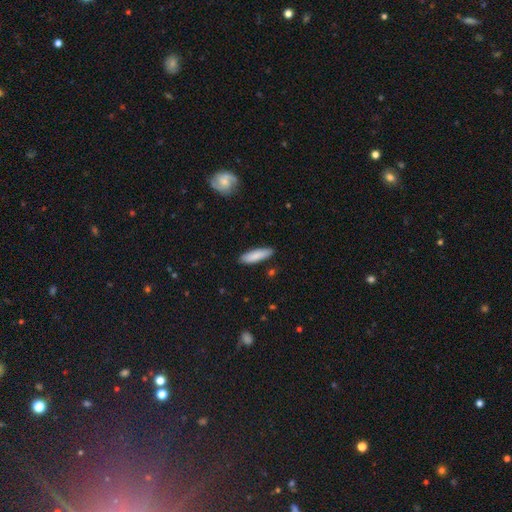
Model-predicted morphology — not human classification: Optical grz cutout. It shows a smooth galaxy with no disk features (85%) that is cigar-shaped (65%). Merging: none (88%).